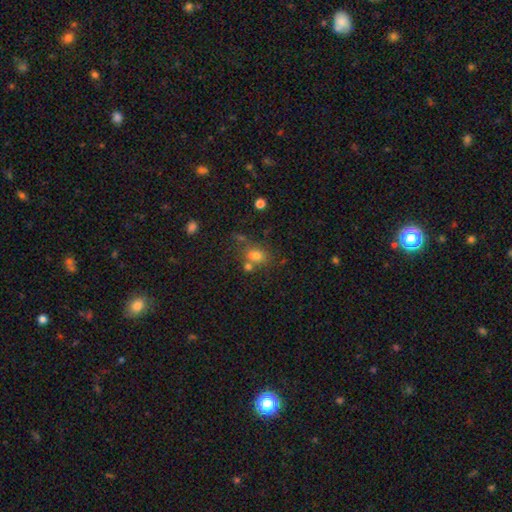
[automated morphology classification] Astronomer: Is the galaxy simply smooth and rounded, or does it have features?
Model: smooth — 72%.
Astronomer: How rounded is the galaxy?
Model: in between — 53% (runner-up: round, 46%).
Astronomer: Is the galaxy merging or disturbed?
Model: none — 52%.